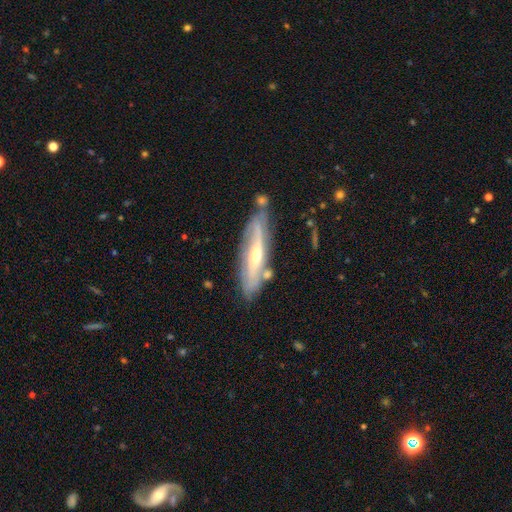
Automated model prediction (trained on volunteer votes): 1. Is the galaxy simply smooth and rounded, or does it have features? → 73% featured or disk, 21% smooth, 6% star or artifact.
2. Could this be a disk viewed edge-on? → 56% no, 44% yes.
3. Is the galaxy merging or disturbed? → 66% none, 19% minor disturbance, 8% merger, 6% major disturbance.